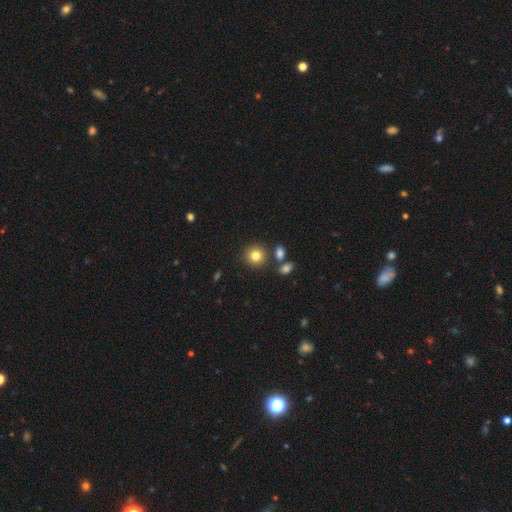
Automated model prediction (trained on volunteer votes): A smooth galaxy with no disk features (81%) that is round (89%).

Vote fractions:
- Smooth or featured? smooth: 81% / star or artifact: 11% / featured or disk: 8%
- How rounded? round: 89% / in between: 10% / cigar-shaped: 1%
- Merging? none: 81% / merger: 8% / minor disturbance: 8% / major disturbance: 3%